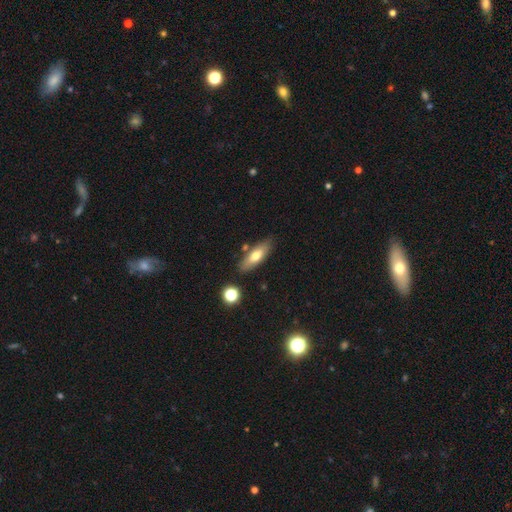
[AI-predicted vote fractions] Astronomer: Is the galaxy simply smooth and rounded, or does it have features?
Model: smooth — 65%.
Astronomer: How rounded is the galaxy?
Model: in between — 59% (runner-up: cigar-shaped, 38%).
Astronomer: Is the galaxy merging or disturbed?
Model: none — 79%.